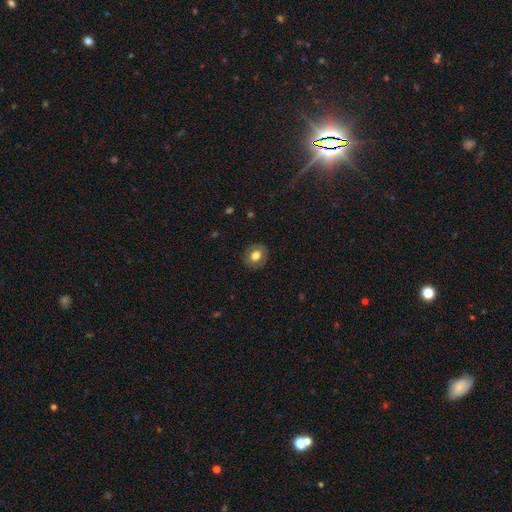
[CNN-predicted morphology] smooth 70%, featured or disk 21%, star or artifact 9%. Down the decision tree: how rounded — round (72%); merging — none (86%).